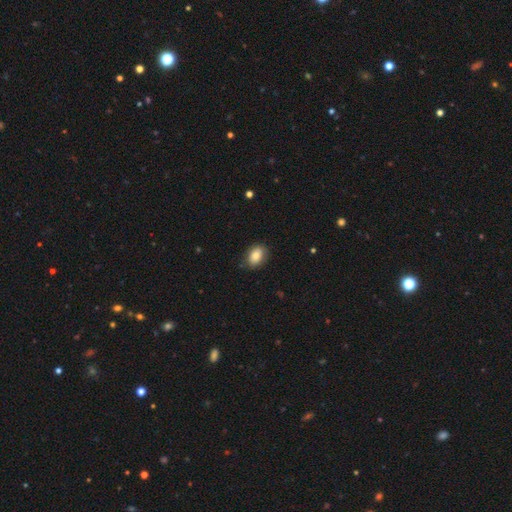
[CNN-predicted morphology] A smooth galaxy with no disk features (82%) that is in between round and cigar-shaped (81%). Merging: none (79%).